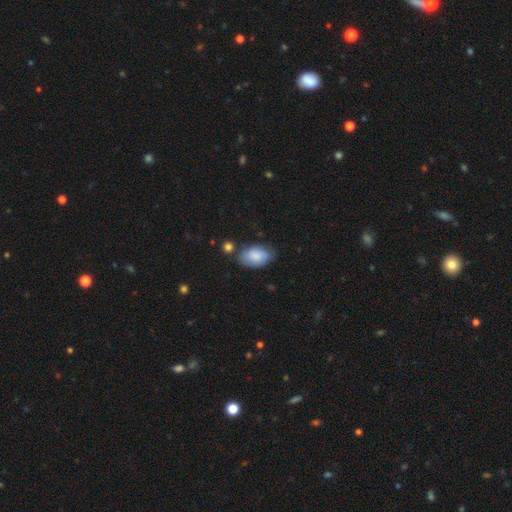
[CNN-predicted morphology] Smooth or featured? Predicted: smooth (p=0.82). How rounded? Predicted: in between (p=0.93). Merging? Predicted: none (p=0.64).